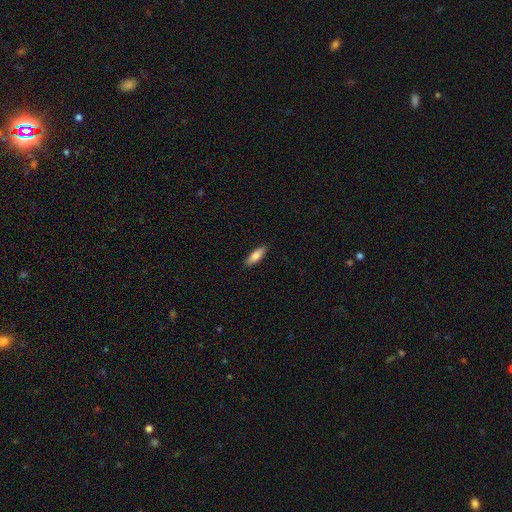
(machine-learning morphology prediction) smooth_or_featured: smooth (p=0.79) [alt: featured or disk p=0.16]
how_rounded: in between (p=0.55) [alt: cigar-shaped p=0.43]
merging: none (p=0.88) [alt: minor disturbance p=0.09]